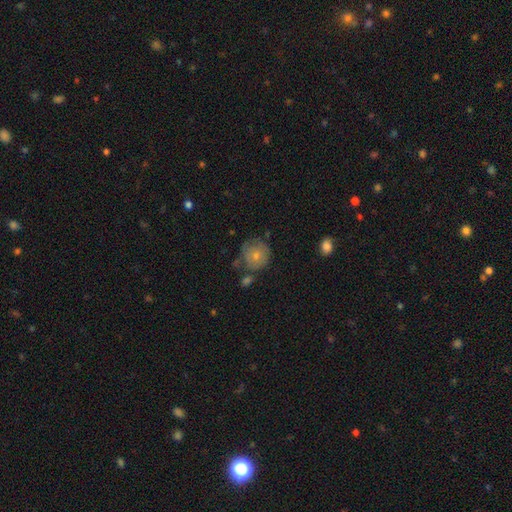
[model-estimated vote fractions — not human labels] This appears to be a smooth galaxy with no disk features (71%) that is round (89%). Merging: none (60%).